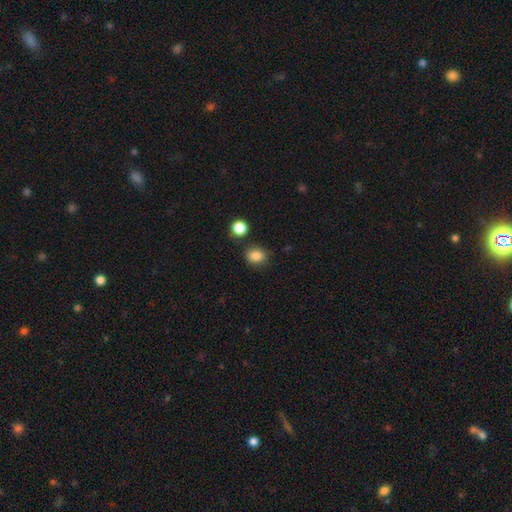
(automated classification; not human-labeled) Q: Smooth or featured?
A: smooth (85%); runner-up: star or artifact (11%)
Q: How rounded?
A: round (51%); runner-up: in between (48%)
Q: Merging?
A: none (79%); runner-up: minor disturbance (12%)